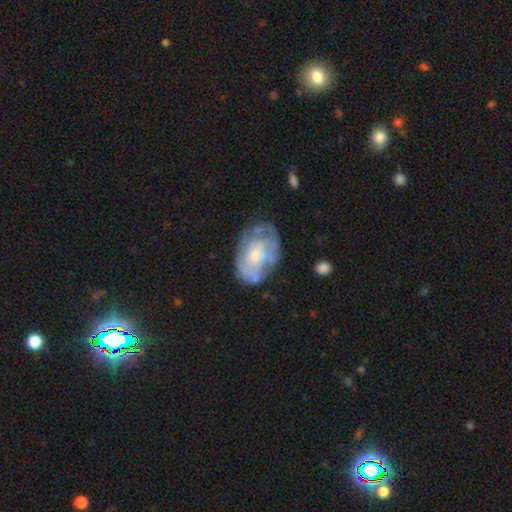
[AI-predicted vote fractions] Morphology: type=featured or disk (63%); edge-on=no (97%); bar=no (80%); spiral arms=yes (56%); bulge=small (53%); merging=none (55%).